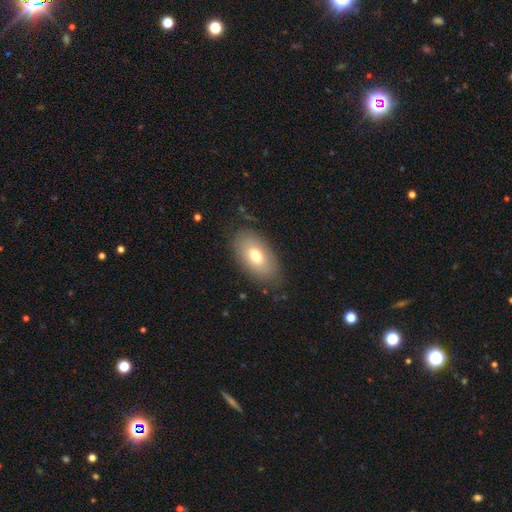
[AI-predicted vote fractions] Smooth or featured? Predicted: smooth (p=0.71). How rounded? Predicted: in between (p=0.93). Merging? Predicted: none (p=0.82).